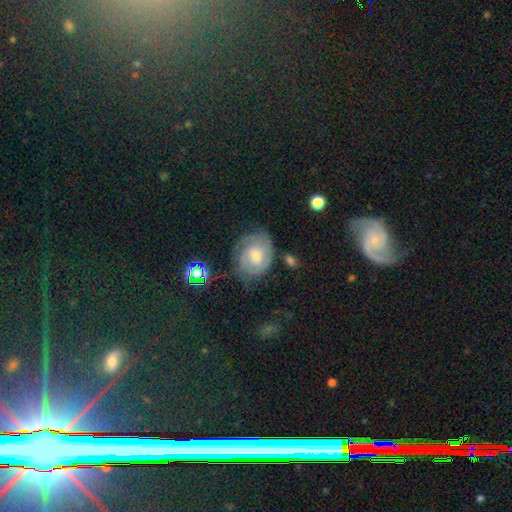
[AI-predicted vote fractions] Smooth or featured? featured or disk (68%)
Edge-on disk? no (97%)
Bar? no (63%)
Spiral arms? yes (90%)
Spiral winding? tight (67%)
Spiral arm count? 2 (41%)
Bulge size? moderate (51%)
Merging? none (65%)